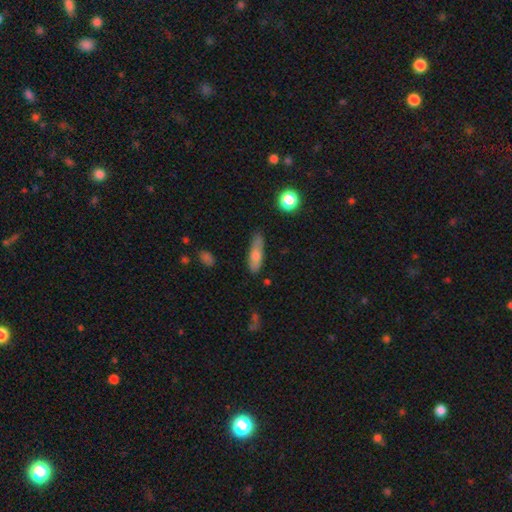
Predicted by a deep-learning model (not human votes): Smooth or featured? smooth (70%)
How rounded? cigar-shaped (56%)
Merging? none (69%)